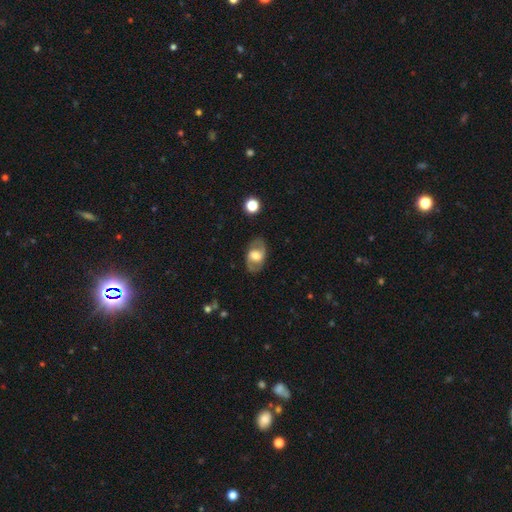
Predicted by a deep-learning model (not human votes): Morphology: type=featured or disk (64%); edge-on=no (94%); bar=no (47%); spiral arms=yes (77%); bulge=moderate (56%); merging=none (81%).